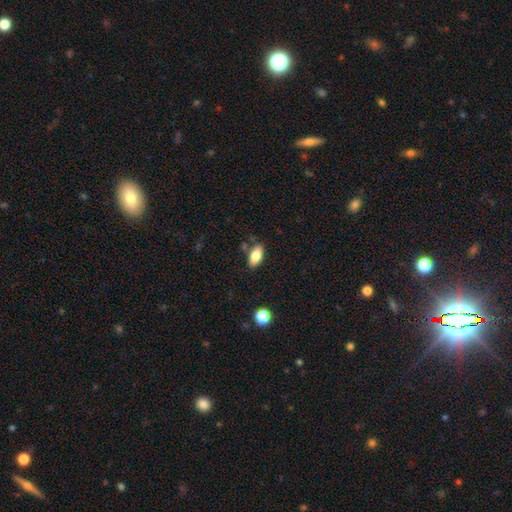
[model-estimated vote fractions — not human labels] The model was most divided on "smooth or featured": smooth: 79%, featured or disk: 13%, star or artifact: 7%. More confident: how rounded — in between (87%); merging — none (81%).